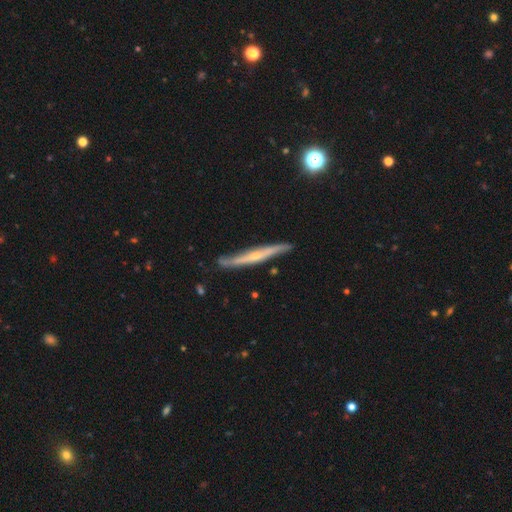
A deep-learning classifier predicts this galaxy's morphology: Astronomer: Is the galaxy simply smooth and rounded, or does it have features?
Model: featured or disk — 74%.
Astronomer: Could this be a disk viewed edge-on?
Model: yes — 90%.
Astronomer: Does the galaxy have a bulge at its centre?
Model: rounded — 67%.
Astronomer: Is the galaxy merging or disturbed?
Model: none — 78%.